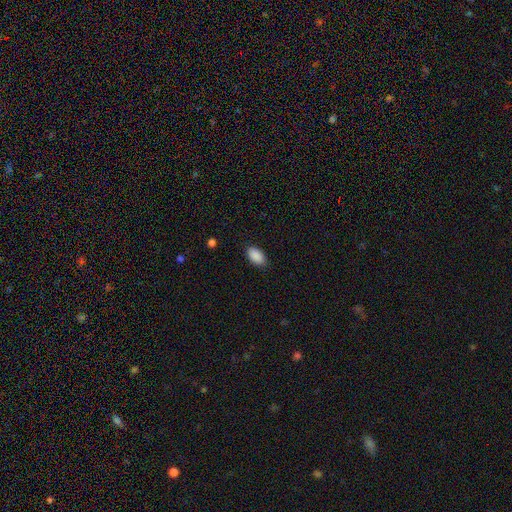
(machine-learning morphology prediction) A smooth galaxy with no disk features (90%) that is in between round and cigar-shaped (94%). Merging: none (85%).